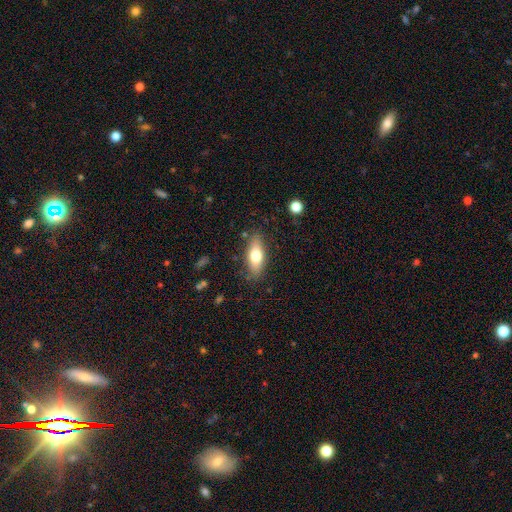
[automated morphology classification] type=smooth (67%); roundness=in between (66%); merging=none (83%).